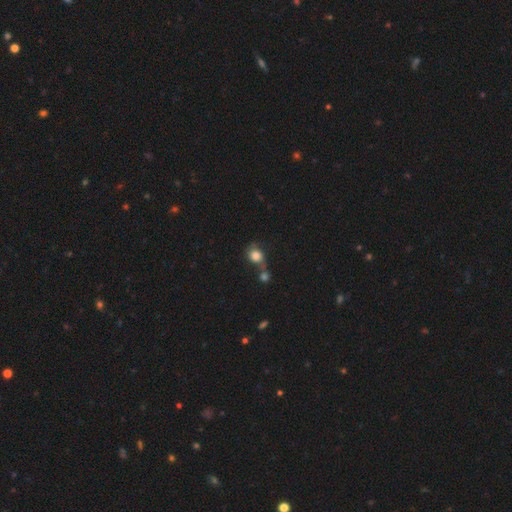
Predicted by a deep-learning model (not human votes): The model was most divided on "merging": merger: 47%, none: 31%, minor disturbance: 13%, major disturbance: 9%. More confident: smooth or featured — smooth (78%); how rounded — round (69%).